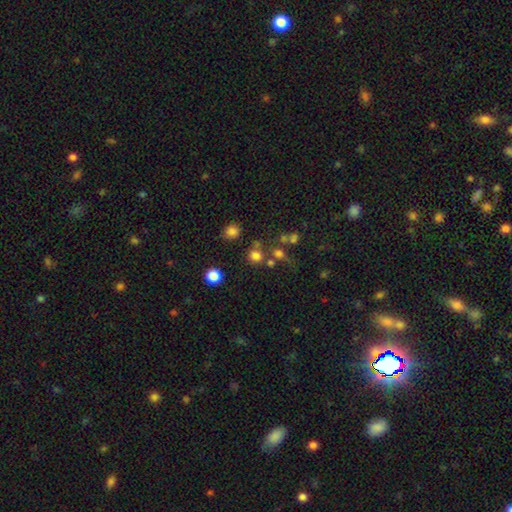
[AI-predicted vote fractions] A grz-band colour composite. It shows a smooth galaxy with no disk features (73%) that is round (88%). Merging: none (67%).